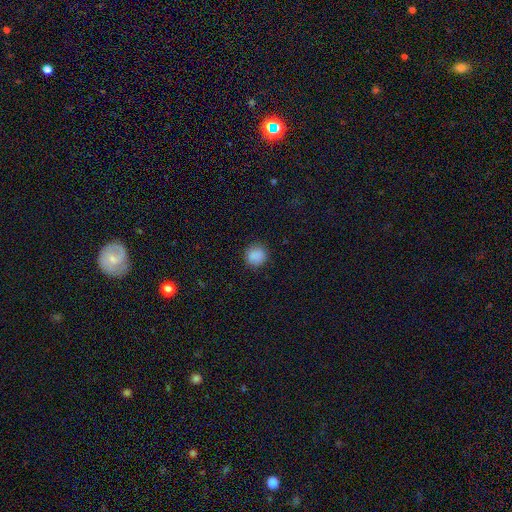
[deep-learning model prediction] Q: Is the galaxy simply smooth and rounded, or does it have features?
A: smooth — 88%.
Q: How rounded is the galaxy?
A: round — 93%.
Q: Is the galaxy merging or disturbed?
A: none — 91%.